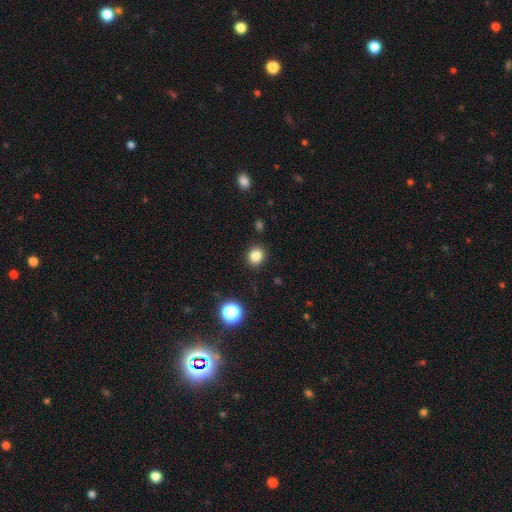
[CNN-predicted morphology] A smooth galaxy with no disk features (83%) that is round (72%).

Vote fractions:
- Smooth or featured? smooth: 83% / star or artifact: 12% / featured or disk: 5%
- How rounded? round: 72% / in between: 27% / cigar-shaped: 1%
- Merging? none: 89% / minor disturbance: 7% / major disturbance: 2% / merger: 1%